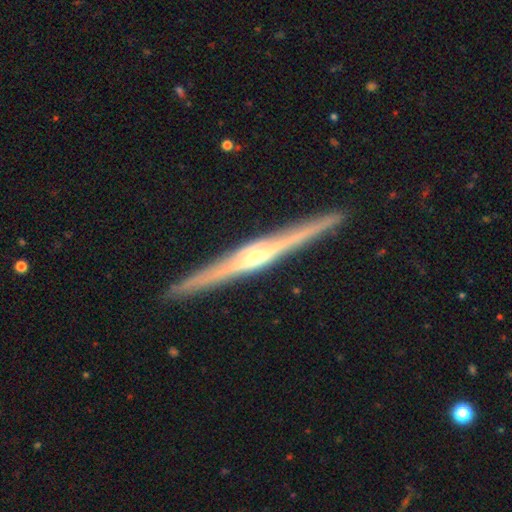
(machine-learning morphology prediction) smooth-or-featured: featured or disk: 87% | smooth: 8% | star or artifact: 5%
  disk-edge-on: yes: 99% | no: 1%
    edge-on-bulge: rounded: 84% | boxy: 9% | none: 8%
  merging: none: 92% | minor disturbance: 5% | major disturbance: 1% | merger: 1%